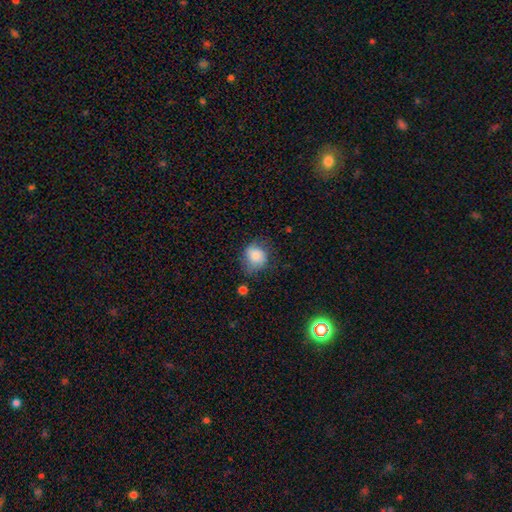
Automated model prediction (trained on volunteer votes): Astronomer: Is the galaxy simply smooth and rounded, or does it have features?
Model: smooth — 81%.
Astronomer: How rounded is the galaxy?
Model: round — 67%.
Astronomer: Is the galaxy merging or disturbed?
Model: none — 56%.